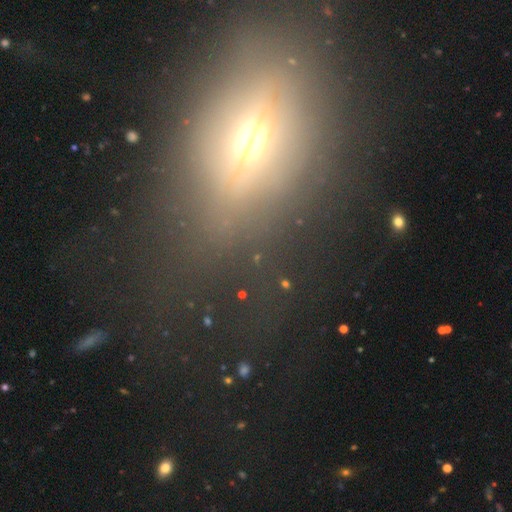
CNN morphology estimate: Smooth or featured: smooth — 40% (featured or disk — 32%)
Merging: none — 62% (major disturbance — 17%)